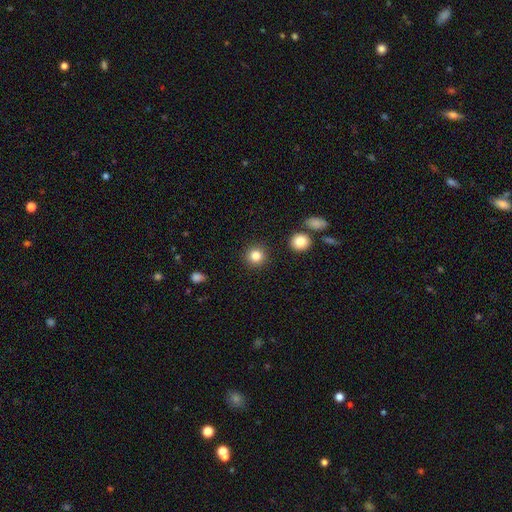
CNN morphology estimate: This appears to be a smooth galaxy with no disk features (84%) that is round (93%). Merging: none (91%).